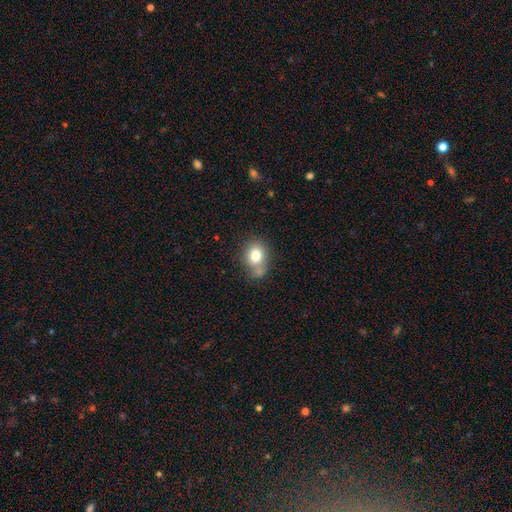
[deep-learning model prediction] This is likely a smooth galaxy (77%). How rounded: possibly round (58%). Merging: possibly none (54%).